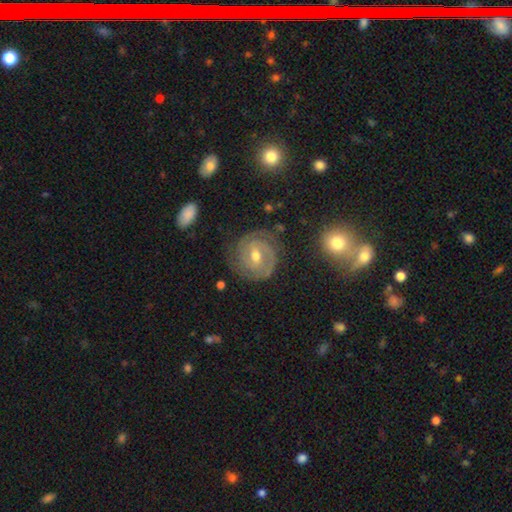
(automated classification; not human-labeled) The model was most divided on "bar": weak: 48%, no: 37%, strong: 15%. More confident: edge-on disk — no (97%); spiral arms — yes (94%); smooth or featured — featured or disk (83%); merging — none (79%); spiral winding — tight (72%); bulge size — moderate (70%); spiral arm count — 2 (59%).